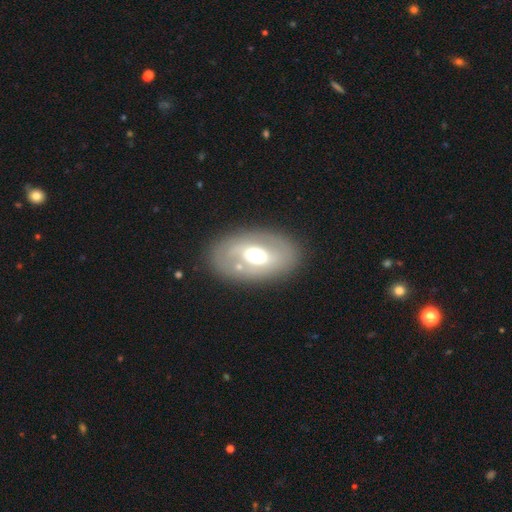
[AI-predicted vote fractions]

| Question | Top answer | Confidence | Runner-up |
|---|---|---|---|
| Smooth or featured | featured or disk | 53% | smooth (39%) |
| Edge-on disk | no | 90% | yes (10%) |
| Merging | none | 81% | minor disturbance (11%) |